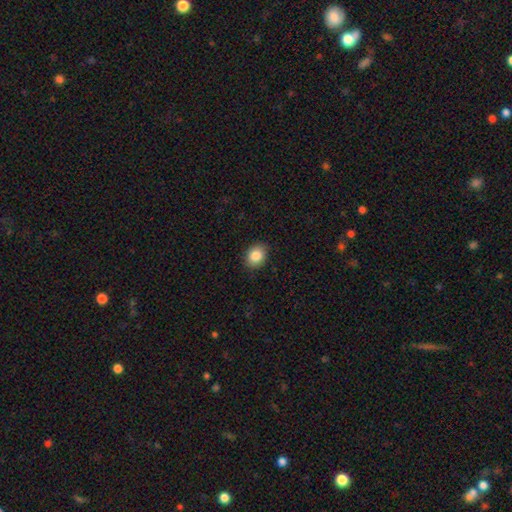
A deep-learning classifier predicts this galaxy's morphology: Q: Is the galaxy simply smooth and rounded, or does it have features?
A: smooth — 85%.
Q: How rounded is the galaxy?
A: in between — 54%.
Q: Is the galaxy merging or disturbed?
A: none — 90%.